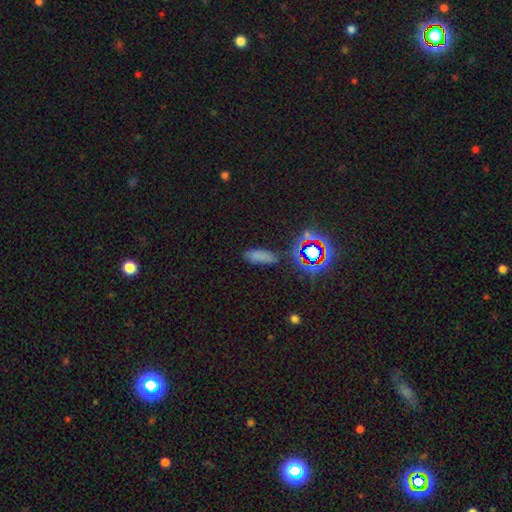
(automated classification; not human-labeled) The model was most divided on "how rounded": in between: 63%, cigar-shaped: 33%, round: 5%. More confident: merging — none (76%); smooth or featured — smooth (66%).